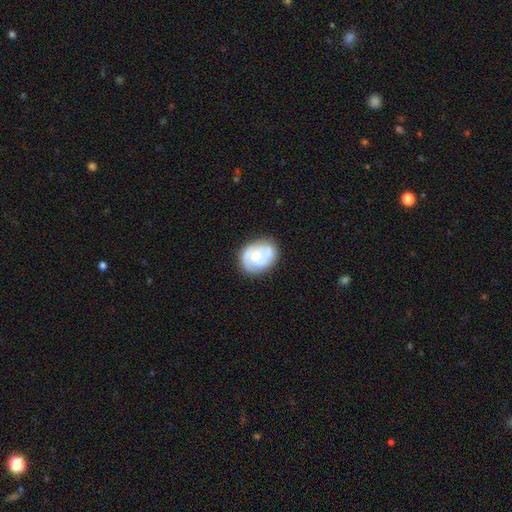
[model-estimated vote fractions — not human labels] Overall: featured or disk (68%). Edge-on disk: no (98%). Bar: no (69%). Spiral arms: yes (85%). Spiral arm count: 2 (48%; can't tell 21%). Spiral winding: tight (48%; medium 39%). Bulge size: moderate (51%; small 37%). Merging: none (70%).